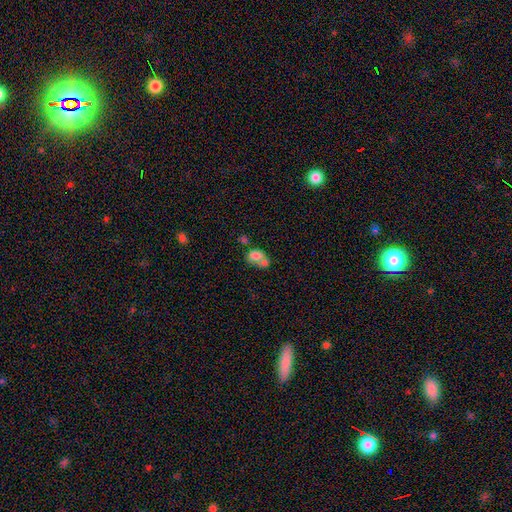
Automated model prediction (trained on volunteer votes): This appears to be a smooth galaxy with no disk features (74%) that is in between round and cigar-shaped (61%). Merging: merger (59%).